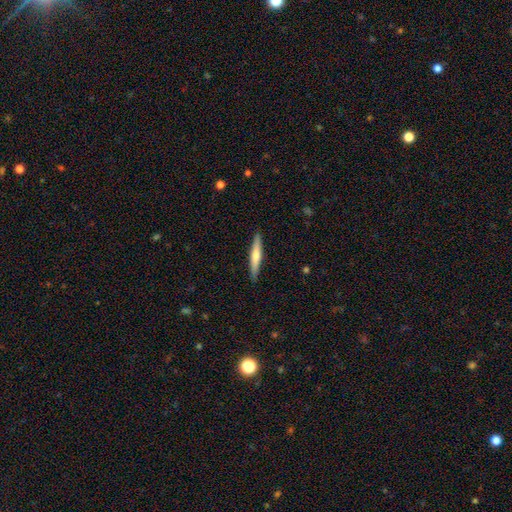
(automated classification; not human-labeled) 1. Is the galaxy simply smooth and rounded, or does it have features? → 50% smooth, 45% featured or disk, 5% star or artifact.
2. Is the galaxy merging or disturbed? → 91% none, 7% minor disturbance, 1% major disturbance, 1% merger.